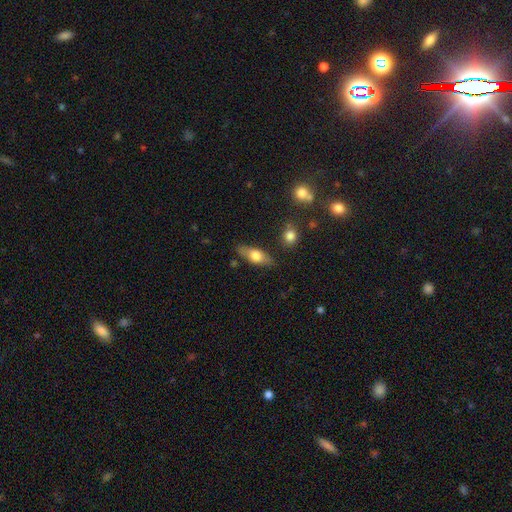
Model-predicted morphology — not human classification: Smooth or featured?
  - smooth: 61% *
  - featured or disk: 33%
  - star or artifact: 7%
How rounded?
  - in between: 69% *
  - cigar-shaped: 26%
  - round: 5%
Merging?
  - none: 79% *
  - minor disturbance: 14%
  - major disturbance: 3%
  - merger: 3%